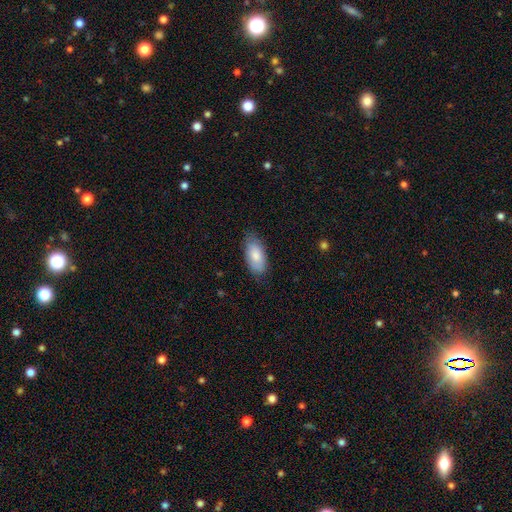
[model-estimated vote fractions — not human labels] smooth-or-featured: smooth: 80% | featured or disk: 14% | star or artifact: 6%
  how-rounded: in between: 92% | cigar-shaped: 6% | round: 2%
  merging: none: 76% | minor disturbance: 19% | major disturbance: 4% | merger: 1%